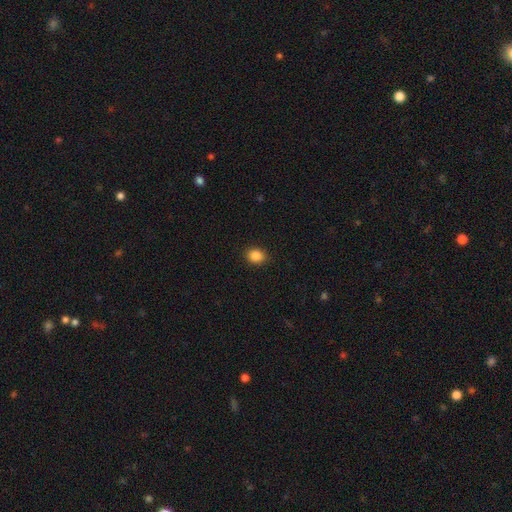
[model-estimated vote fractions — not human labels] Morphology: type=smooth (86%); roundness=round (67%); merging=none (90%).